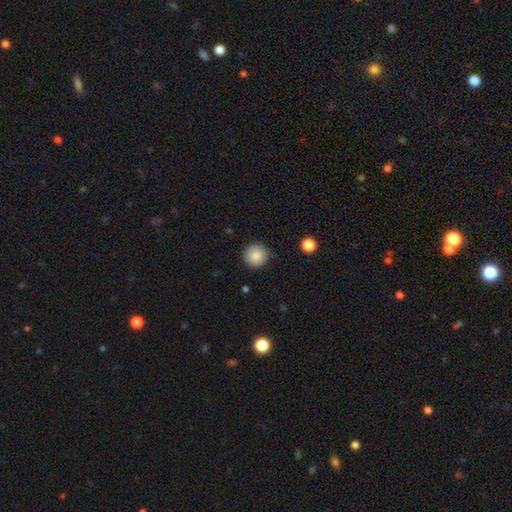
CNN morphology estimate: type=smooth (87%); roundness=round (96%); merging=none (89%).